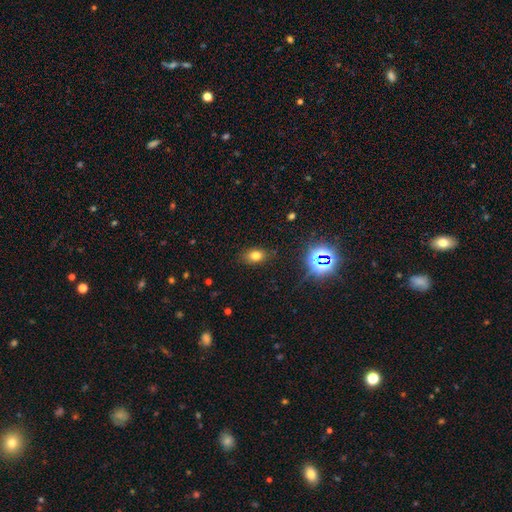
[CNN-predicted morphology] Q: Smooth or featured?
A: smooth (72%); runner-up: star or artifact (19%)
Q: How rounded?
A: in between (75%); runner-up: round (23%)
Q: Merging?
A: none (83%); runner-up: minor disturbance (12%)